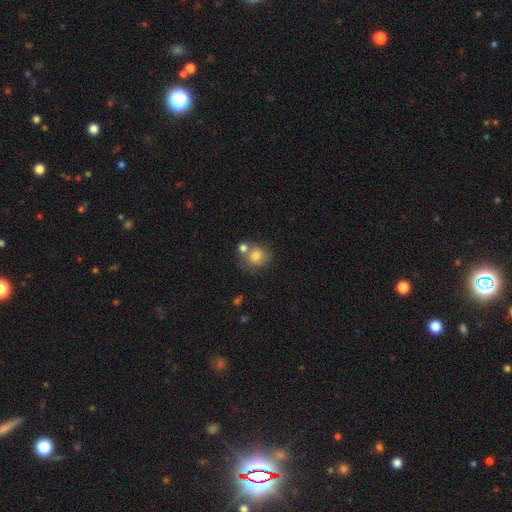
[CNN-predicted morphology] A smooth galaxy with no disk features (76%) that is round (75%). Merging: none (48%).